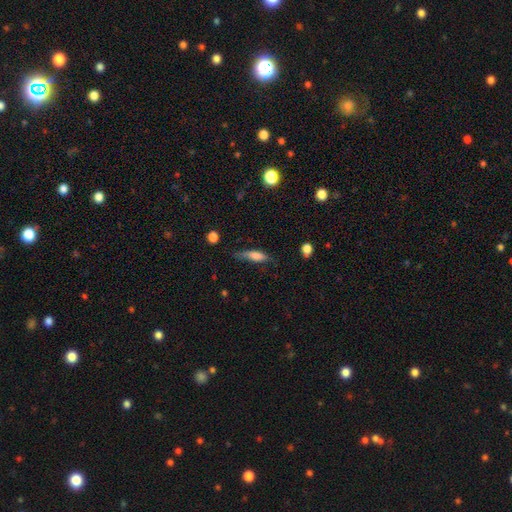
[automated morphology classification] smooth_or_featured: smooth (p=0.70) [alt: featured or disk p=0.23]
how_rounded: cigar-shaped (p=0.56) [alt: in between p=0.41]
merging: none (p=0.55) [alt: minor disturbance p=0.32]